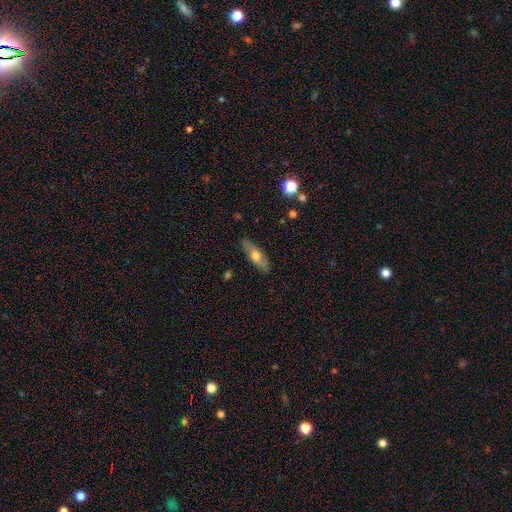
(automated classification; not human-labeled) smooth 56%, featured or disk 38%, star or artifact 6%. Down the decision tree: how rounded — in between (53%); merging — none (87%).